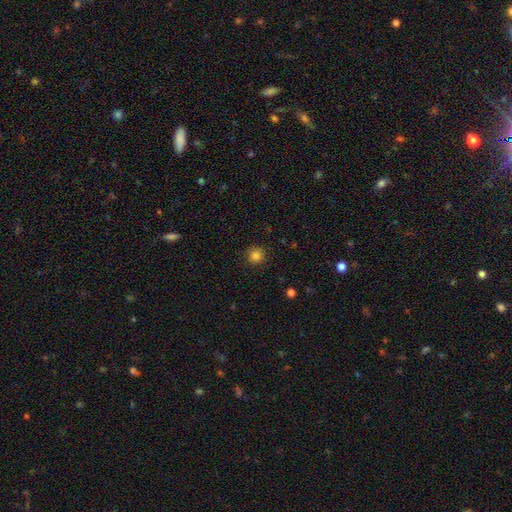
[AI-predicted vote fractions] Smooth or featured? Predicted: smooth (p=0.84). How rounded? Predicted: round (p=0.94). Merging? Predicted: none (p=0.90).